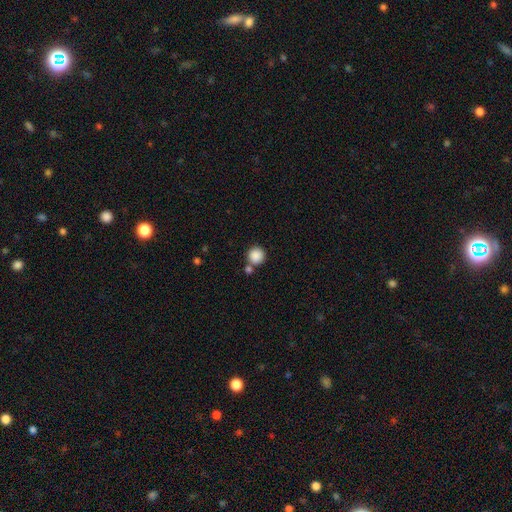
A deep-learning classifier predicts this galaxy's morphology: A smooth galaxy with no disk features (87%) that is round (94%). Merging: none (69%).